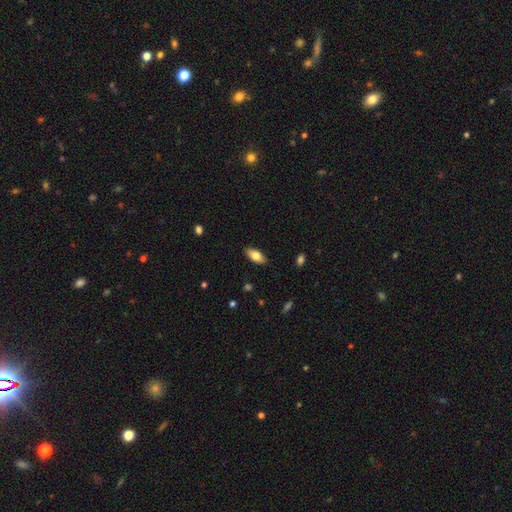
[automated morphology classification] type=smooth (77%); roundness=in between (88%); merging=none (88%).